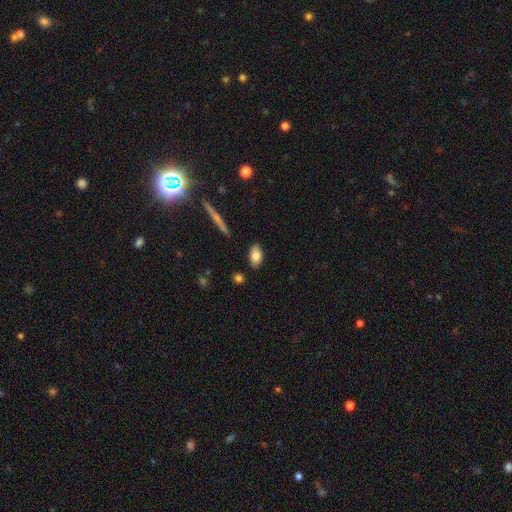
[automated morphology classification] smooth-or-featured: smooth: 83% | featured or disk: 10% | star or artifact: 7%
  how-rounded: in between: 91% | round: 5% | cigar-shaped: 4%
  merging: none: 86% | minor disturbance: 10% | merger: 2% | major disturbance: 2%